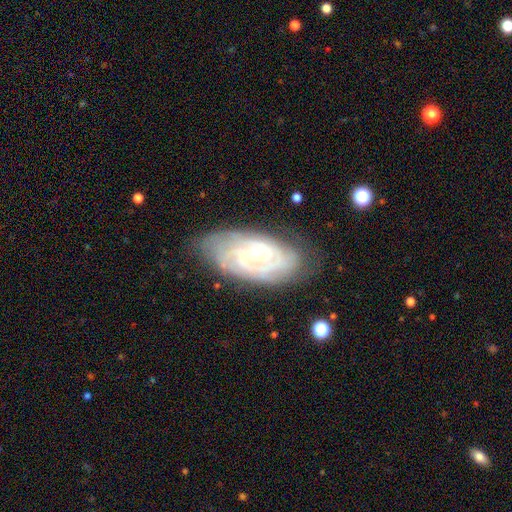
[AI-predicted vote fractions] This is clearly a featured or disk galaxy (87%). It is clearly not viewed edge-on (95%). Bar: possibly no (50%). Spiral arm pattern: clearly yes (97%). Spiral arm count: marginally 2 (36%). Spiral winding: likely tight (74%). Central bulge: likely small (68%). Merging: likely none (77%).